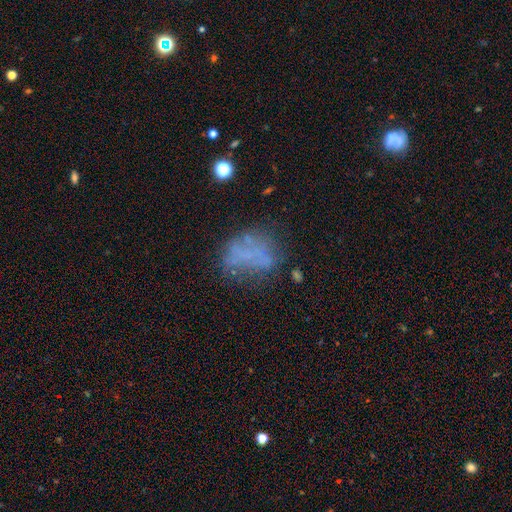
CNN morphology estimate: A smooth galaxy with no disk features (41%).

Vote fractions:
- Smooth or featured? smooth: 41% / featured or disk: 38% / star or artifact: 21%
- Merging? none: 53% / minor disturbance: 21% / major disturbance: 20% / merger: 6%